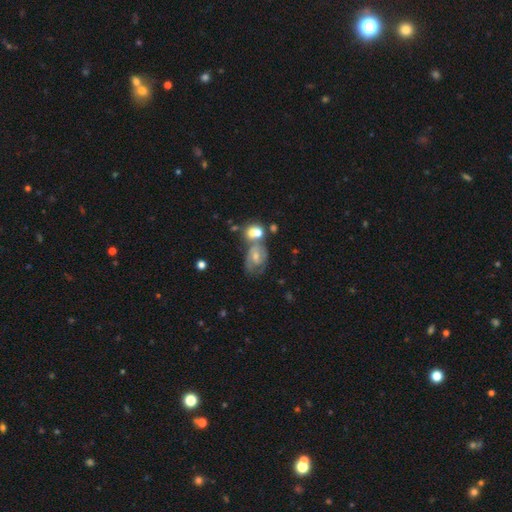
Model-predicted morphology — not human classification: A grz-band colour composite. It shows a featured or disk galaxy (61%) with no bar (51%), spiral arms (76%) and a moderate central bulge (49%). Merging: merger (41%).